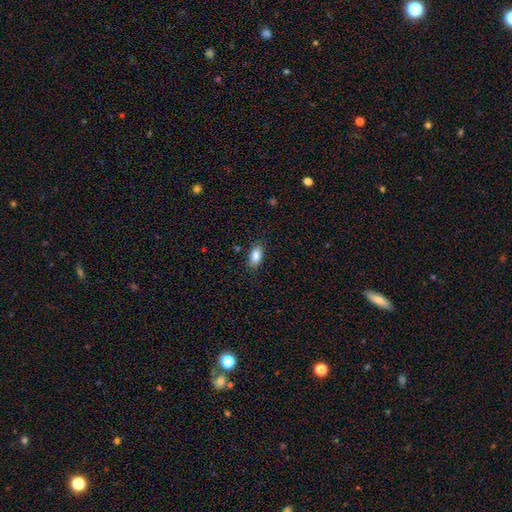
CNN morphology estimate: Q: Smooth or featured?
A: smooth (85%); runner-up: star or artifact (8%)
Q: How rounded?
A: in between (89%); runner-up: cigar-shaped (6%)
Q: Merging?
A: none (85%); runner-up: minor disturbance (11%)